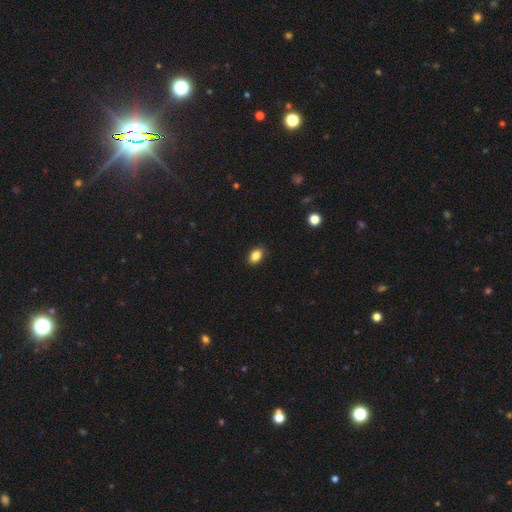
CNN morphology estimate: Q: Smooth or featured?
A: smooth (86%); runner-up: star or artifact (9%)
Q: How rounded?
A: in between (85%); runner-up: round (13%)
Q: Merging?
A: none (89%); runner-up: minor disturbance (8%)